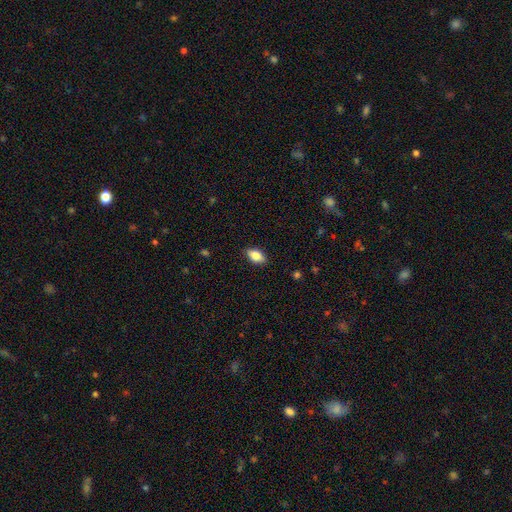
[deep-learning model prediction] Morphology: type=smooth (81%); roundness=in between (90%); merging=none (88%).